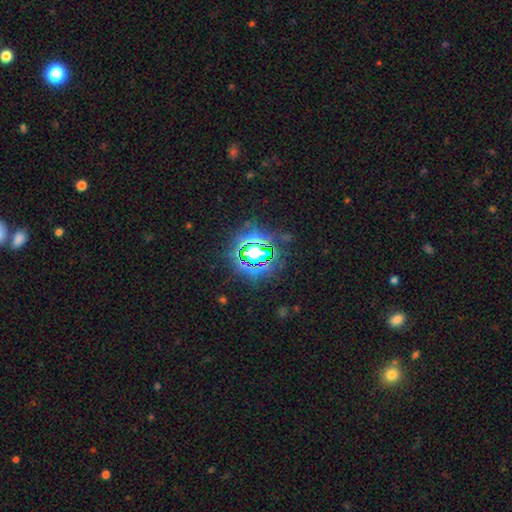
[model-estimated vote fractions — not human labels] smooth_or_featured: star or artifact (p=0.77) [alt: smooth p=0.14]